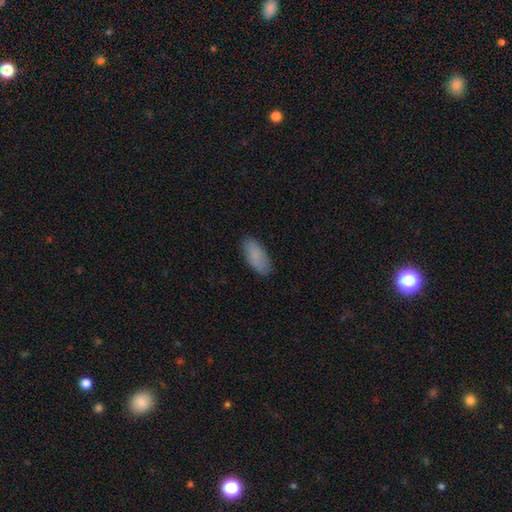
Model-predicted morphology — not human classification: smooth_or_featured: smooth (p=0.87) [alt: featured or disk p=0.07]
how_rounded: in between (p=0.84) [alt: cigar-shaped p=0.14]
merging: none (p=0.85) [alt: minor disturbance p=0.11]